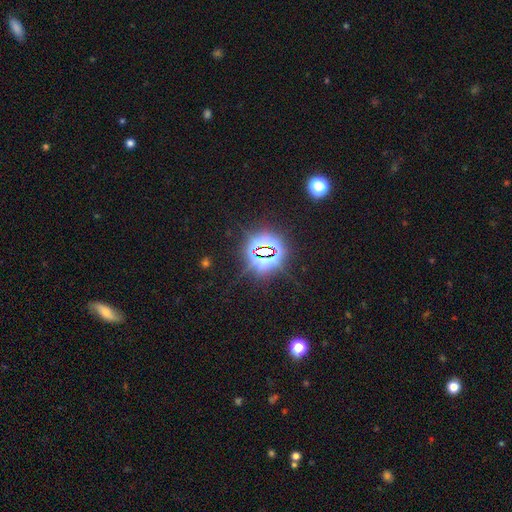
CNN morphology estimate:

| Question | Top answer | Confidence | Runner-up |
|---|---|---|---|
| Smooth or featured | star or artifact | 80% | smooth (12%) |